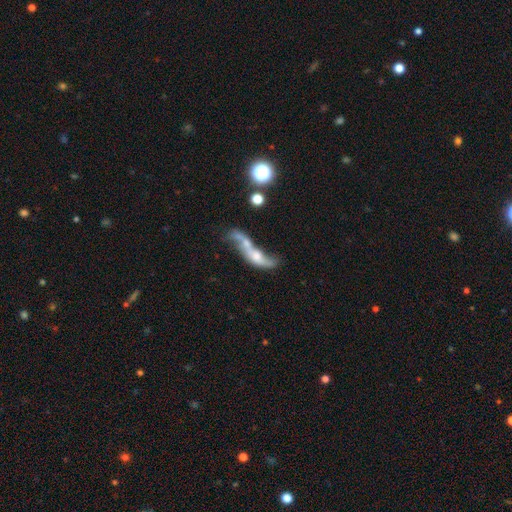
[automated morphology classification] A featured or disk galaxy (55%).

Vote fractions:
- Smooth or featured? featured or disk: 55% / smooth: 35% / star or artifact: 10%
- Edge-on disk? no: 81% / yes: 19%
- Merging? merger: 52% / major disturbance: 23% / none: 15% / minor disturbance: 10%